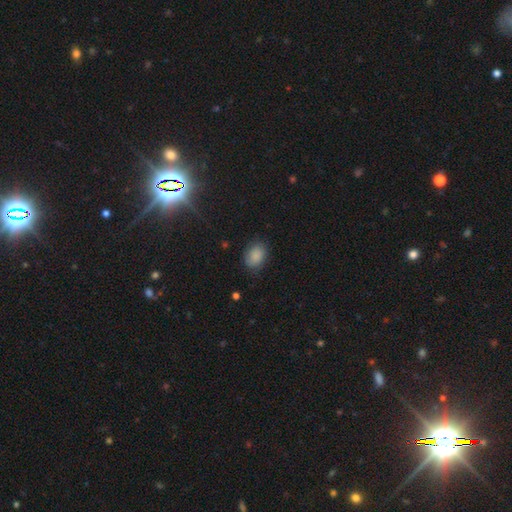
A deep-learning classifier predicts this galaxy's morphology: smooth_or_featured: smooth (p=0.85) [alt: star or artifact p=0.09]
how_rounded: in between (p=0.72) [alt: round p=0.27]
merging: none (p=0.79) [alt: minor disturbance p=0.16]